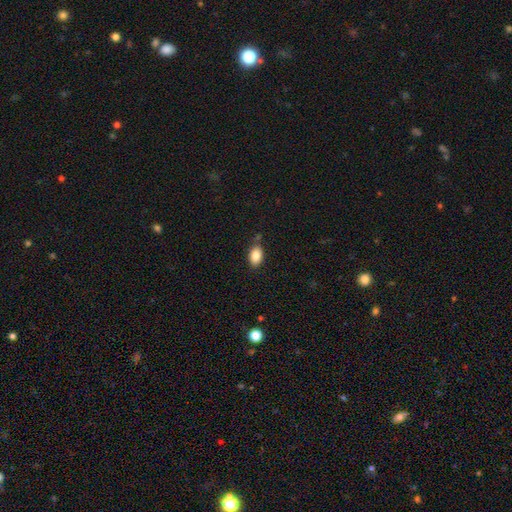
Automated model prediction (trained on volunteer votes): This is clearly a smooth galaxy (86%). How rounded: clearly in between (89%). Merging: likely none (80%).